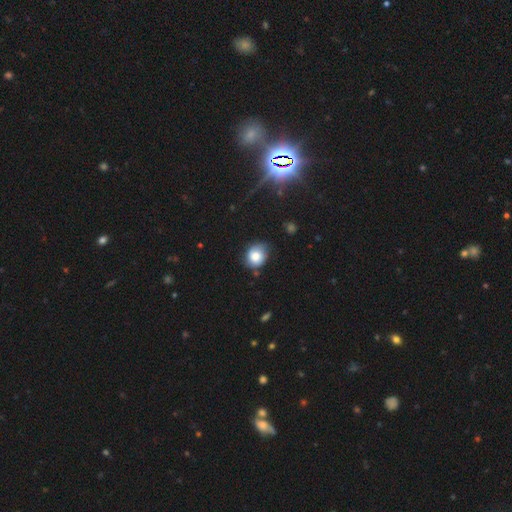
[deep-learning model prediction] Smooth or featured: smooth — 74% (featured or disk — 17%)
How rounded: round — 68% (in between — 31%)
Merging: none — 67% (minor disturbance — 25%)